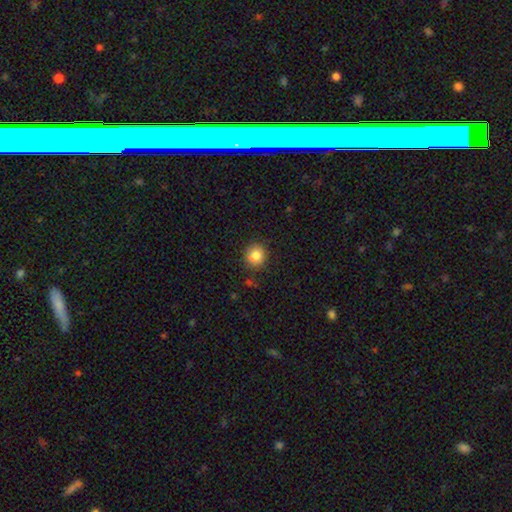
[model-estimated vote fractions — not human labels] Smooth or featured?
  - smooth: 85% *
  - star or artifact: 10%
  - featured or disk: 5%
How rounded?
  - round: 86% *
  - in between: 13%
  - cigar-shaped: 1%
Merging?
  - none: 86% *
  - minor disturbance: 10%
  - major disturbance: 3%
  - merger: 2%